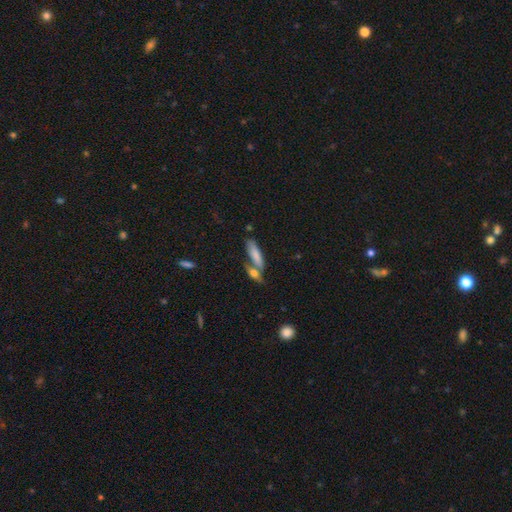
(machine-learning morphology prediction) This appears to be a smooth galaxy with no disk features (76%) that is cigar-shaped (50%). Merging: none (45%).